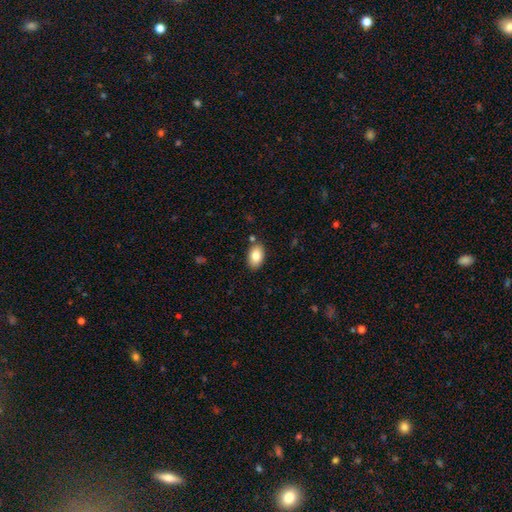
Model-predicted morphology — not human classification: Smooth or featured? smooth (81%)
How rounded? in between (89%)
Merging? none (85%)